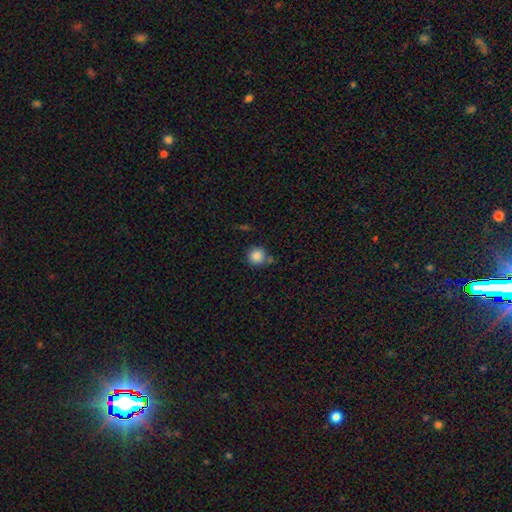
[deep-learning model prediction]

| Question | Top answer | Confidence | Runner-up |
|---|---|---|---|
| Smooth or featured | smooth | 86% | star or artifact (10%) |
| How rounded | round | 94% | in between (5%) |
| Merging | none | 71% | minor disturbance (14%) |